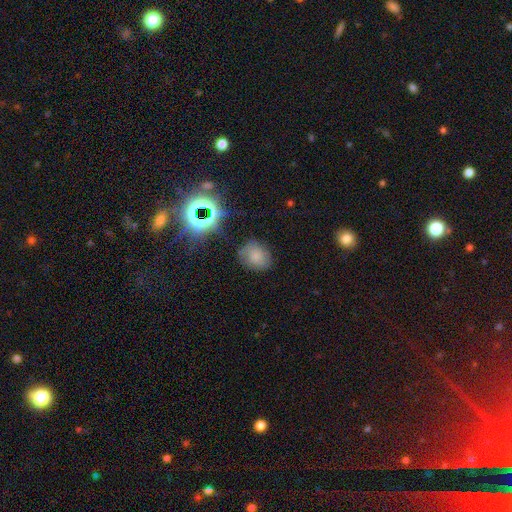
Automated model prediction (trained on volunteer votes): This is likely a smooth galaxy (67%). How rounded: possibly round (58%). Merging: likely none (68%).